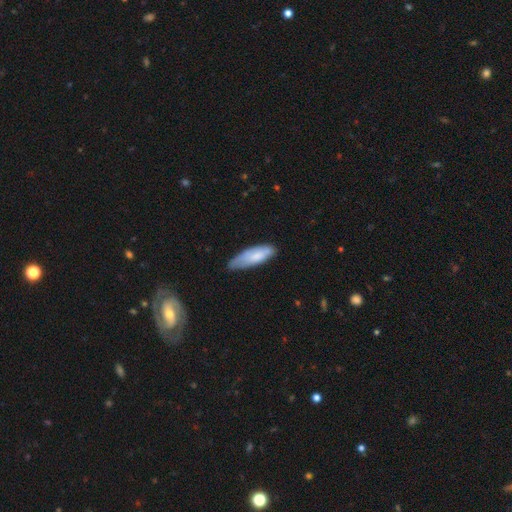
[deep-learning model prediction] Morphology: type=smooth (75%); roundness=in between (54%); merging=none (52%).